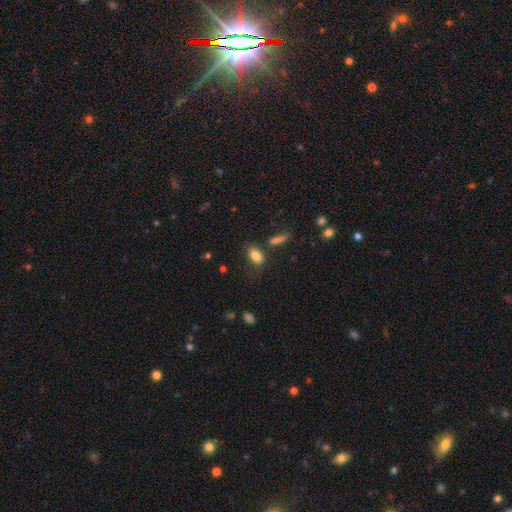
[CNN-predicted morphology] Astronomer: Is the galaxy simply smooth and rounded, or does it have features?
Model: smooth — 84%.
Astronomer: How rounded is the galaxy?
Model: in between — 84%.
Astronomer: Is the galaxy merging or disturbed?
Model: none — 68%.